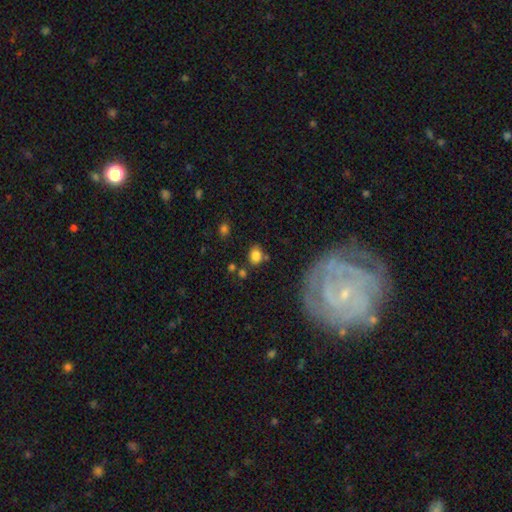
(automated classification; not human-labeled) A smooth galaxy with no disk features (81%) that is in between round and cigar-shaped (53%). Merging: none (72%).